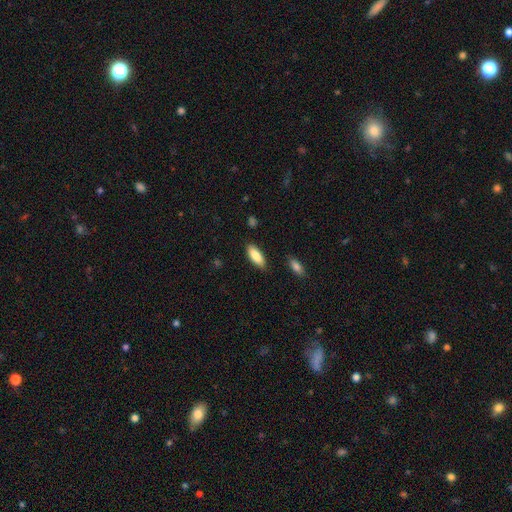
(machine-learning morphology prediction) A smooth galaxy with no disk features (87%) that is in between round and cigar-shaped (76%).

Vote fractions:
- Smooth or featured? smooth: 87% / featured or disk: 7% / star or artifact: 6%
- How rounded? in between: 76% / cigar-shaped: 23% / round: 2%
- Merging? none: 85% / minor disturbance: 11% / major disturbance: 2% / merger: 2%